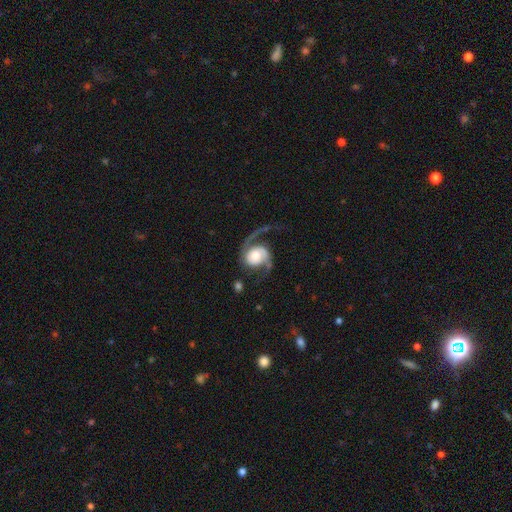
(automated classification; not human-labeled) Smooth or featured?
  - featured or disk: 84% *
  - smooth: 11%
  - star or artifact: 5%
Edge-on disk?
  - no: 98% *
  - yes: 2%
Bar?
  - no: 69% *
  - weak: 23%
  - strong: 7%
Spiral arms?
  - yes: 96% *
  - no: 4%
Spiral winding?
  - loose: 51% *
  - medium: 37%
  - tight: 12%
Spiral arm count?
  - 2: 79% *
  - 1: 16%
  - can't tell: 2%
  - 3: 2%
  - 4: 1%
  - more than 4: 1%
Bulge size?
  - moderate: 35% * (tied)
  - large: 35% * (tied)
  - small: 14%
  - dominant: 12%
  - none: 4%
Merging?
  - none: 52% *
  - major disturbance: 28%
  - minor disturbance: 17%
  - merger: 3%